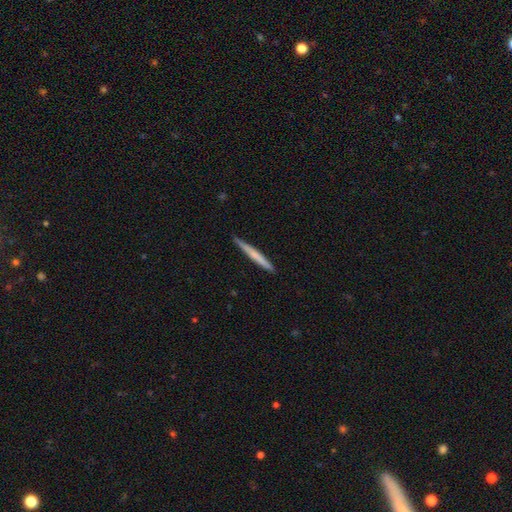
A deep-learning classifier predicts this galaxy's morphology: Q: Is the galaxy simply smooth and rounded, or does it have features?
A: smooth — 59%.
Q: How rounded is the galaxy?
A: cigar-shaped — 97%.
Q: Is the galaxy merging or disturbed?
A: none — 90%.